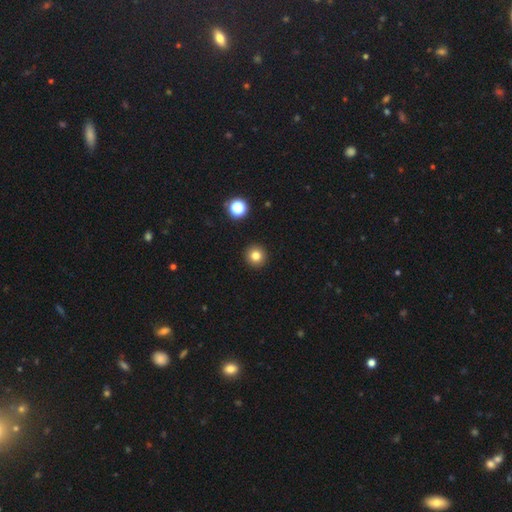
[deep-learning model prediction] This appears to be a smooth galaxy with no disk features (80%) that is round (95%). Merging: none (93%).